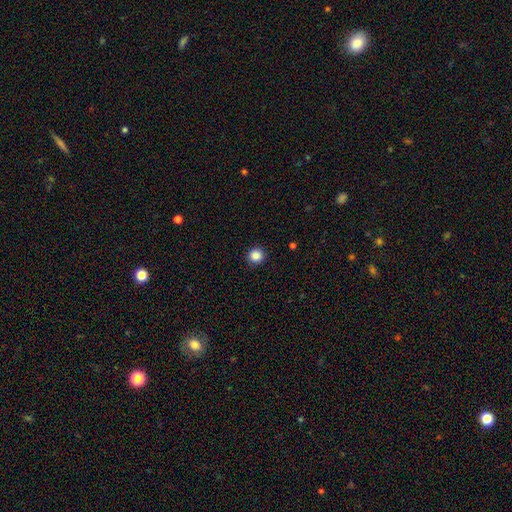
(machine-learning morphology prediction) Smooth or featured: smooth — 87% (star or artifact — 10%)
How rounded: round — 93% (in between — 6%)
Merging: none — 92% (minor disturbance — 5%)